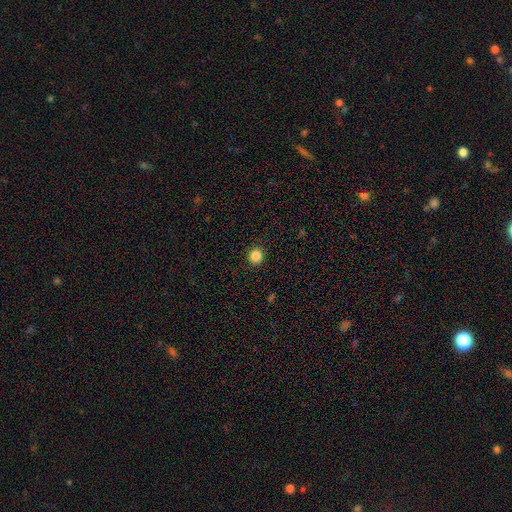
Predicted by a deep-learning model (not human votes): A smooth galaxy with no disk features (86%) that is round (89%). Merging: none (92%).